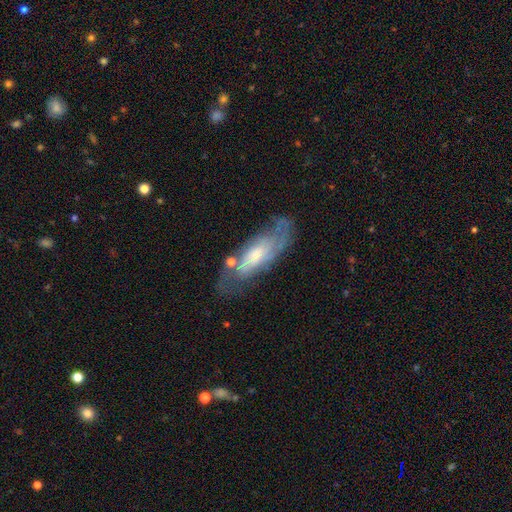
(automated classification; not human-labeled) Smooth or featured: featured or disk — 73% (smooth — 20%)
Edge-on disk: no — 83% (yes — 17%)
Bar: no — 52% (weak — 38%)
Spiral arms: yes — 87% (no — 13%)
Spiral winding: medium — 42% (tight — 41%)
Spiral arm count: 2 — 42% (can't tell — 39%)
Bulge size: moderate — 44% (small — 35%)
Merging: none — 62% (minor disturbance — 22%)